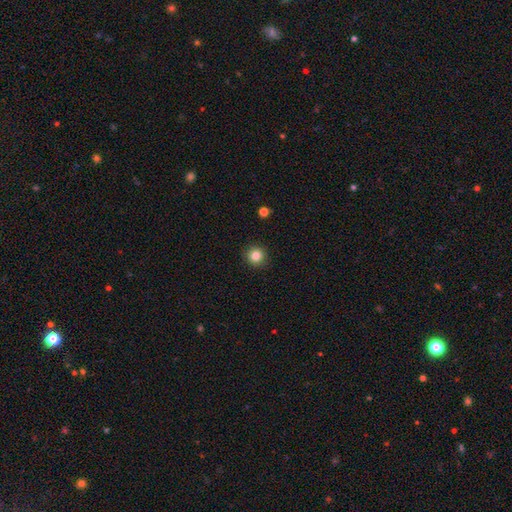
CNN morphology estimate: type=smooth (84%); roundness=round (94%); merging=none (92%).